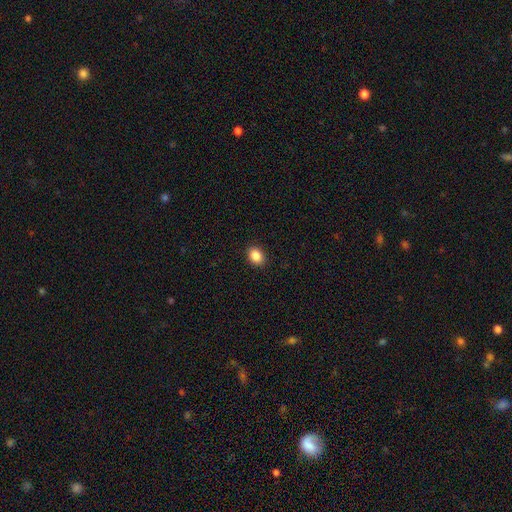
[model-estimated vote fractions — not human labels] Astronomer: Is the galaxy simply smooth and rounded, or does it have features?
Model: smooth — 88%.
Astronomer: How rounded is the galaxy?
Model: in between — 66%.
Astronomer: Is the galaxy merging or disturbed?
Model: none — 90%.